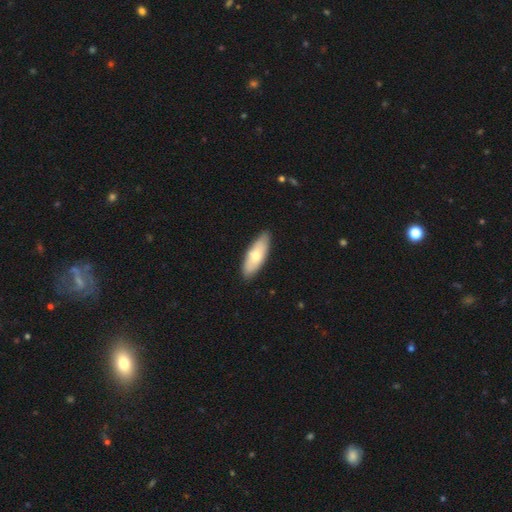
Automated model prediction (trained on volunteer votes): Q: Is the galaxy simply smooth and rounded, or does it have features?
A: smooth — 66%.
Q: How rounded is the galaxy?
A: in between — 69%.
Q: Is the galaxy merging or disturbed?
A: none — 84%.